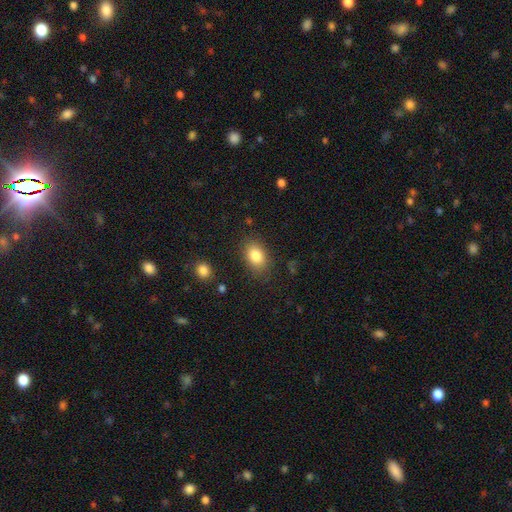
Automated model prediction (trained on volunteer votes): Overall: smooth (83%). How rounded: in between (78%). Merging: none (83%).